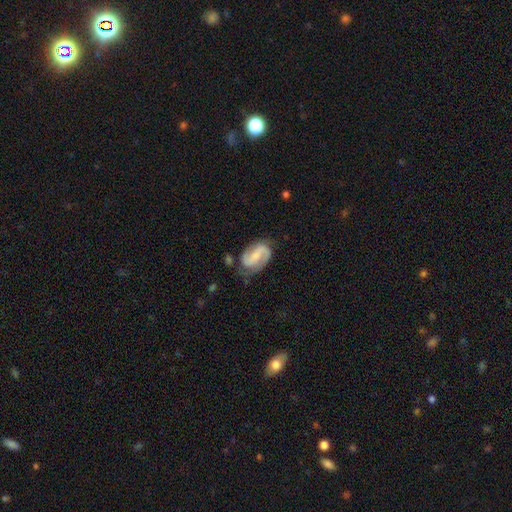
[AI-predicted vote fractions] Smooth or featured? featured or disk (78%)
Edge-on disk? no (97%)
Bar? weak (44%)
Spiral arms? yes (95%)
Spiral winding? medium (48%)
Spiral arm count? 2 (87%)
Bulge size? small (49%)
Merging? none (65%)